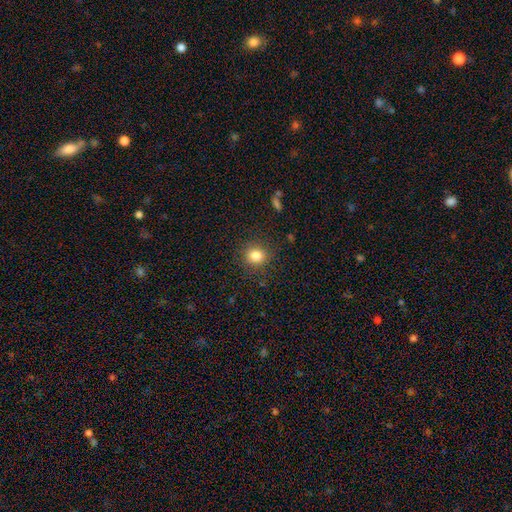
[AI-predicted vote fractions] The model was most divided on "how rounded": round: 82%, in between: 17%, cigar-shaped: 1%. More confident: merging — none (87%); smooth or featured — smooth (83%).